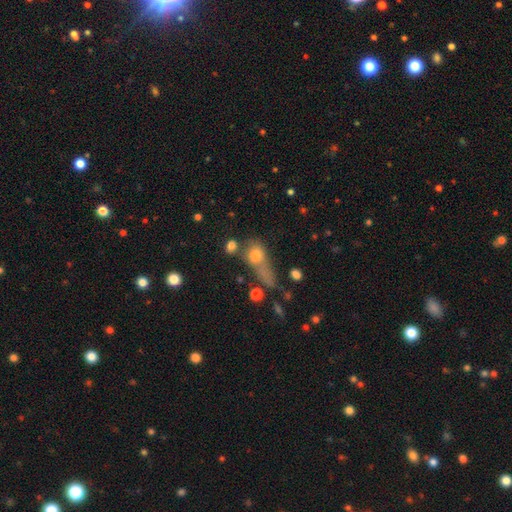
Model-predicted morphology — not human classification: This appears to be a smooth galaxy with no disk features (68%) that is round (47%). Merging: merger (29%, tied with none).